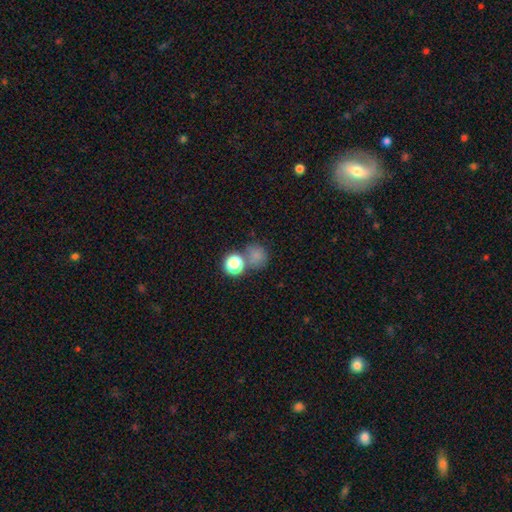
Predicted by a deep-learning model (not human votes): Morphology: type=smooth (73%); roundness=round (82%); merging=none (56%).